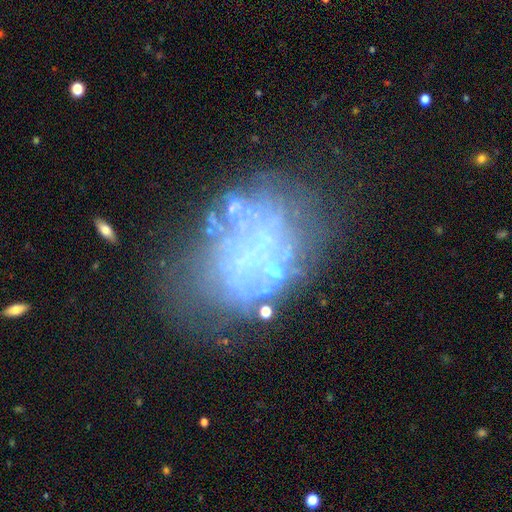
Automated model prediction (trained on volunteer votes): Smooth or featured?
  - featured or disk: 59% *
  - smooth: 20%
  - star or artifact: 20%
Edge-on disk?
  - no: 97% *
  - yes: 3%
Bar?
  - no: 92% *
  - weak: 6%
  - strong: 3%
Spiral arms?
  - no: 90% *
  - yes: 10%
Bulge size?
  - none: 76% *
  - small: 16%
  - moderate: 6%
  - large: 2%
  - dominant: 1%
Merging?
  - none: 48% *
  - major disturbance: 24%
  - minor disturbance: 19%
  - merger: 9%